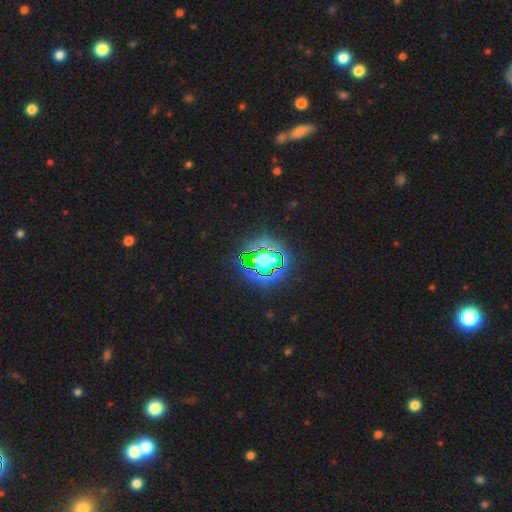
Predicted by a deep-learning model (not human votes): smooth_or_featured: star or artifact (p=0.75) [alt: smooth p=0.15]